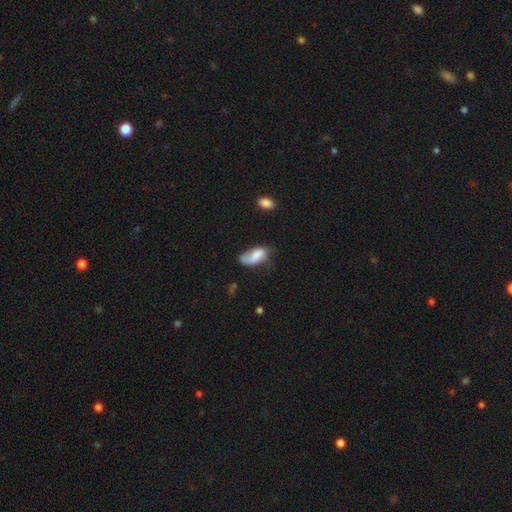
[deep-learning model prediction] Smooth or featured? Predicted: smooth (p=0.70). How rounded? Predicted: in between (p=0.92). Merging? Predicted: none (p=0.41).